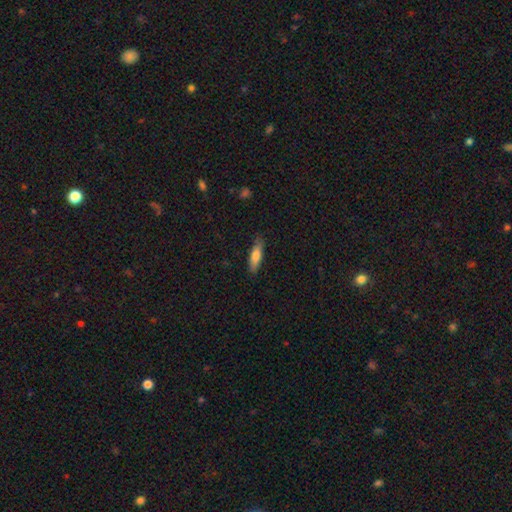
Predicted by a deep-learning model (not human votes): Morphology: type=smooth (72%); roundness=cigar-shaped (62%); merging=none (84%).